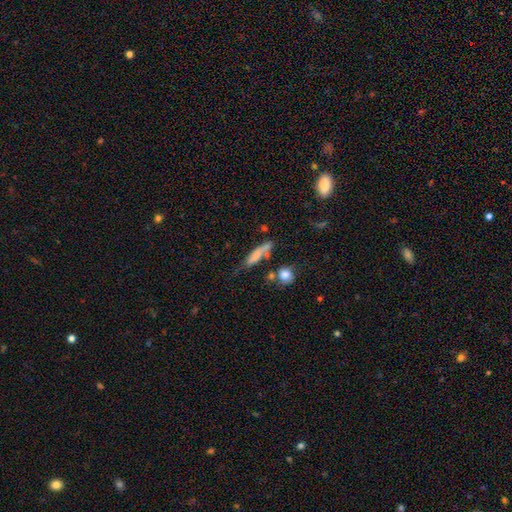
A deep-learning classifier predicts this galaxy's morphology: Q: Smooth or featured?
A: smooth (66%); runner-up: featured or disk (24%)
Q: How rounded?
A: cigar-shaped (75%); runner-up: in between (21%)
Q: Merging?
A: none (49%); runner-up: minor disturbance (27%)